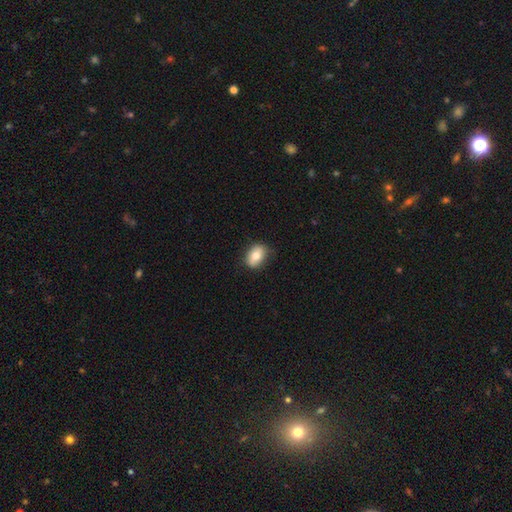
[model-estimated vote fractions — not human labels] Smooth or featured: smooth — 74% (featured or disk — 18%)
How rounded: in between — 78% (round — 21%)
Merging: none — 81% (minor disturbance — 15%)